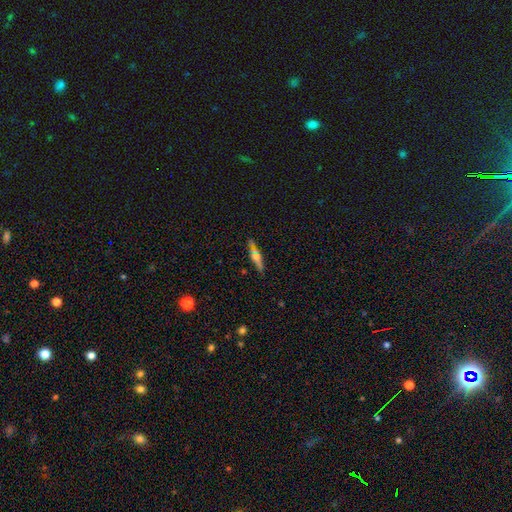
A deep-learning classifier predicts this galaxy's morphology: Smooth or featured?
  - featured or disk: 57% *
  - smooth: 35%
  - star or artifact: 8%
Edge-on disk?
  - yes: 92% *
  - no: 8%
Edge-on bulge?
  - rounded: 88% *
  - boxy: 6%
  - none: 5%
Merging?
  - none: 73% *
  - minor disturbance: 14%
  - merger: 9%
  - major disturbance: 4%